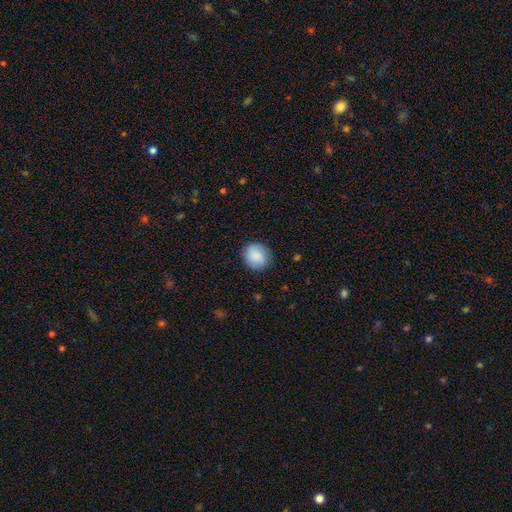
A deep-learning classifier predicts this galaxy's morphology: Smooth or featured? Predicted: smooth (p=0.86). How rounded? Predicted: round (p=0.80). Merging? Predicted: none (p=0.87).